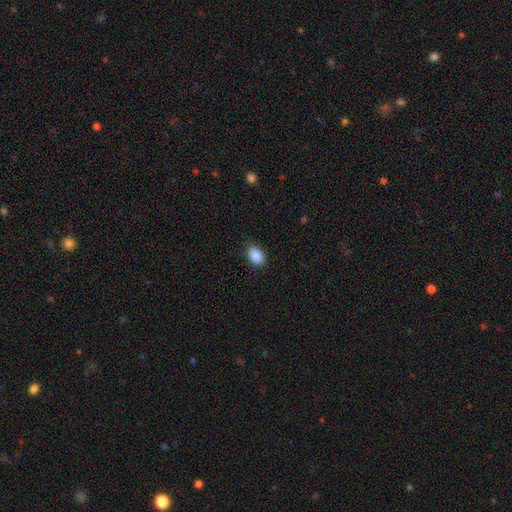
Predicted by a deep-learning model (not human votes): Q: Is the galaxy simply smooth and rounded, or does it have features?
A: smooth — 90%.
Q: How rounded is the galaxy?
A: in between — 88%.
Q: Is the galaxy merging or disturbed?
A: none — 85%.